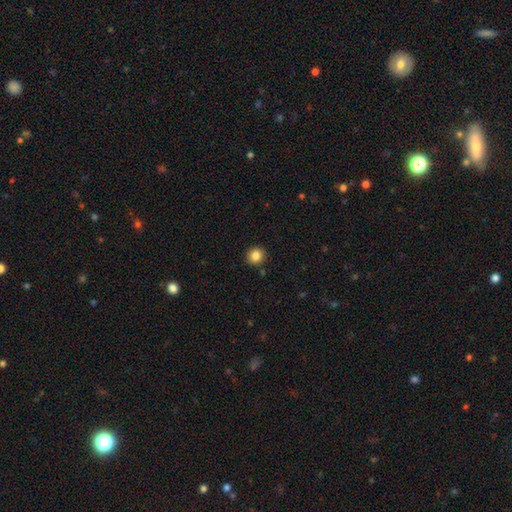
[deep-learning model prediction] Smooth or featured? Predicted: smooth (p=0.84). How rounded? Predicted: round (p=0.91). Merging? Predicted: none (p=0.91).